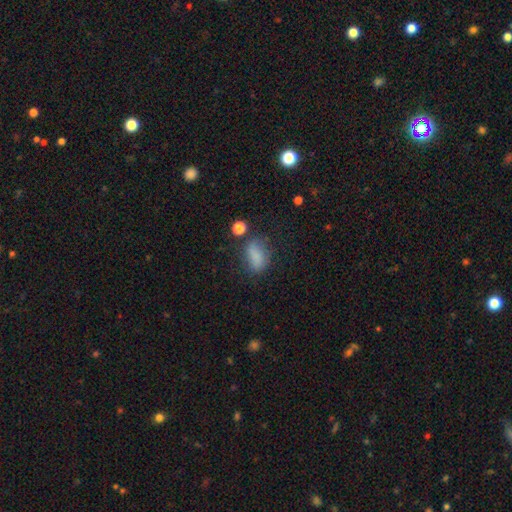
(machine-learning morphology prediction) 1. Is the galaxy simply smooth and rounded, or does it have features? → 78% smooth, 12% star or artifact, 10% featured or disk.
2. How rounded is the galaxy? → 82% in between, 10% round, 7% cigar-shaped.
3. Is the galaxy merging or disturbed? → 59% none, 23% minor disturbance, 12% major disturbance, 6% merger.